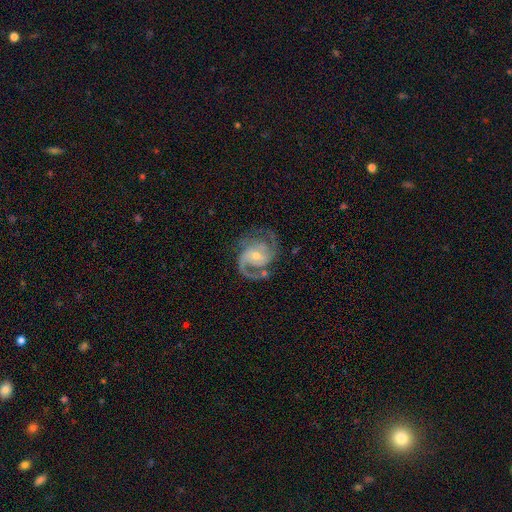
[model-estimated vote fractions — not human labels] This is clearly a featured or disk galaxy (91%). It is clearly not viewed edge-on (98%). Bar: possibly no (54%). Spiral arm pattern: clearly yes (98%). Spiral arm count: likely 2 (71%). Spiral winding: possibly medium (55%). Central bulge: likely small (61%). Merging: likely none (70%).